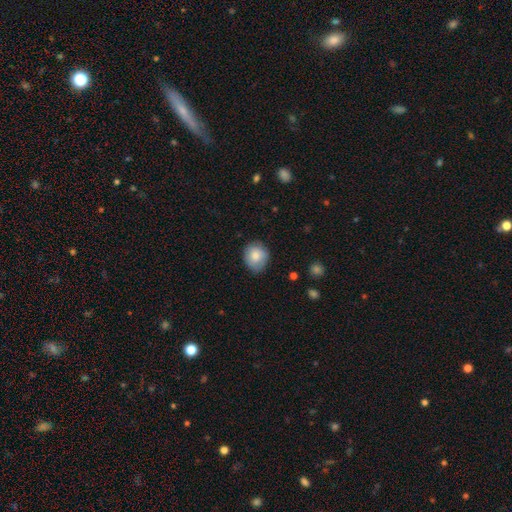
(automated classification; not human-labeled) Smooth or featured? smooth (81%)
How rounded? round (74%)
Merging? none (75%)